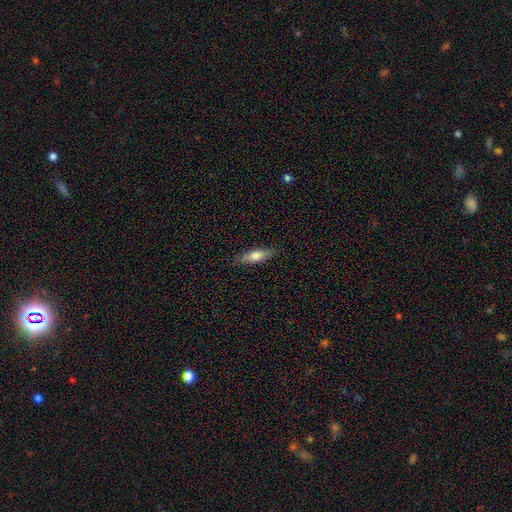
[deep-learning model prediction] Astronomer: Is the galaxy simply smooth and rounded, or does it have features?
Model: smooth — 73%.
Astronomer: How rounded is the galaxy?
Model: in between — 53% (runner-up: cigar-shaped, 45%).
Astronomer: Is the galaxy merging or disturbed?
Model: none — 84%.